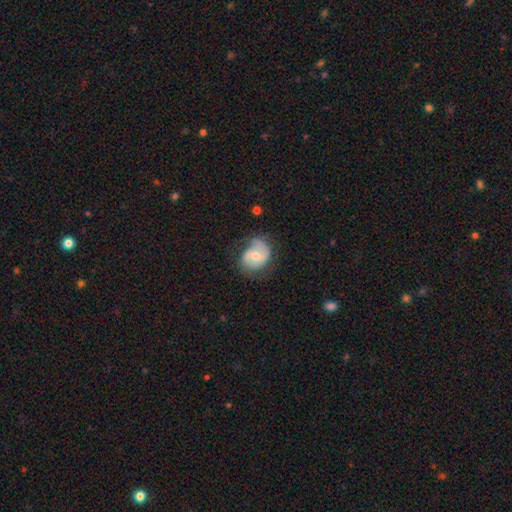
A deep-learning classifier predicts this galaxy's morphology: A featured or disk galaxy (63%) with no bar (62%), 2 (61%) medium (42%) spiral arms (84%) and a moderate central bulge (60%). Merging: none (55%).